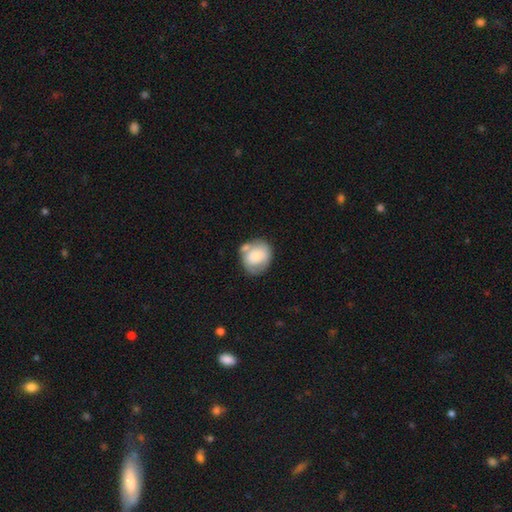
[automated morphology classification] Smooth or featured? smooth (66%)
How rounded? round (65%)
Merging? none (44%)